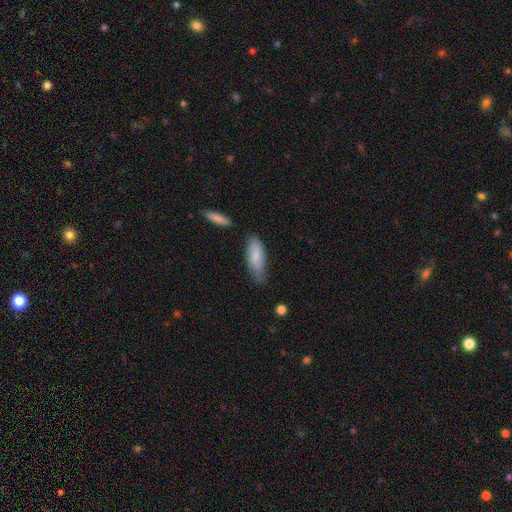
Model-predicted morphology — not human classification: Smooth or featured: smooth — 81% (featured or disk — 13%)
How rounded: in between — 64% (cigar-shaped — 35%)
Merging: none — 60% (minor disturbance — 30%)